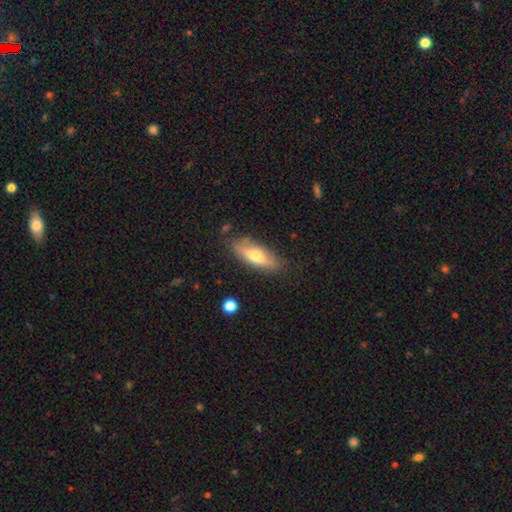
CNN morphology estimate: A smooth galaxy with no disk features (57%) that is in between round and cigar-shaped (54%).

Vote fractions:
- Smooth or featured? smooth: 57% / featured or disk: 36% / star or artifact: 6%
- How rounded? in between: 54% / cigar-shaped: 43% / round: 2%
- Merging? none: 78% / minor disturbance: 16% / major disturbance: 4% / merger: 2%